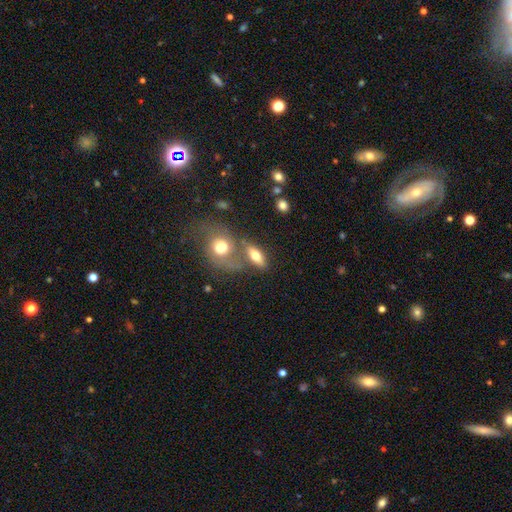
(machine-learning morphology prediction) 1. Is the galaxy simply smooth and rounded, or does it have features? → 66% smooth, 24% featured or disk, 10% star or artifact.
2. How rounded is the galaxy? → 73% in between, 16% cigar-shaped, 11% round.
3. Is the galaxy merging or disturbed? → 48% none, 32% merger, 13% minor disturbance, 8% major disturbance.